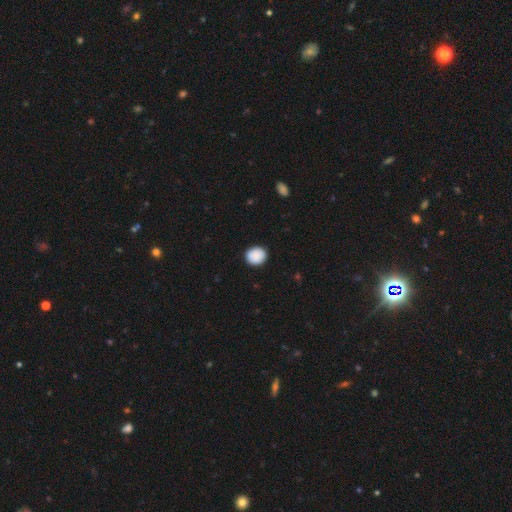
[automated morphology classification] The model was most divided on "how rounded": round: 81%, in between: 18%, cigar-shaped: 1%. More confident: smooth or featured — smooth (89%); merging — none (88%).